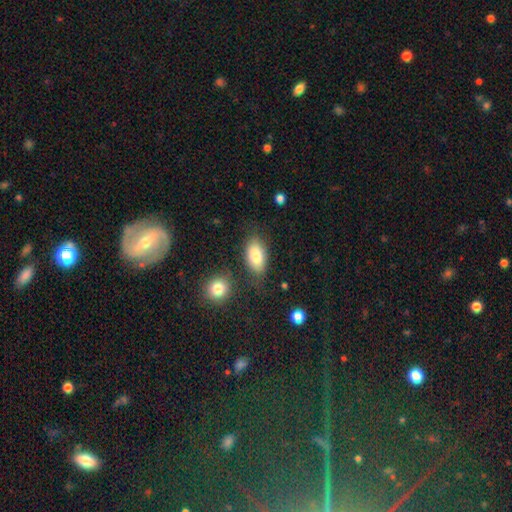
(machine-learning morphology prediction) The model was most divided on "merging": none: 71%, minor disturbance: 17%, merger: 7%, major disturbance: 6%. More confident: how rounded — in between (91%); smooth or featured — smooth (82%).